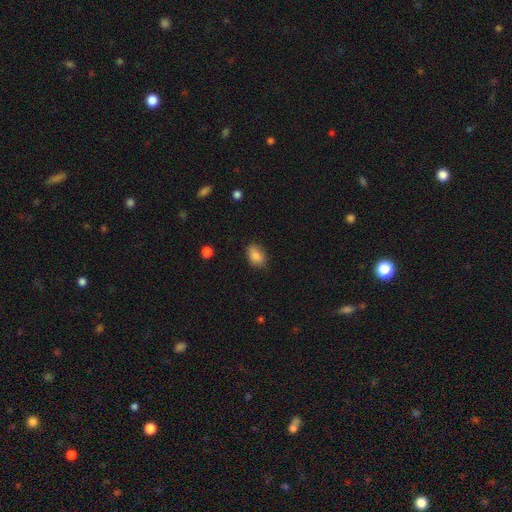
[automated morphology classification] Smooth or featured?
  - smooth: 85% *
  - star or artifact: 8%
  - featured or disk: 7%
How rounded?
  - in between: 82% *
  - round: 16%
  - cigar-shaped: 1%
Merging?
  - none: 80% *
  - minor disturbance: 16%
  - major disturbance: 3%
  - merger: 1%